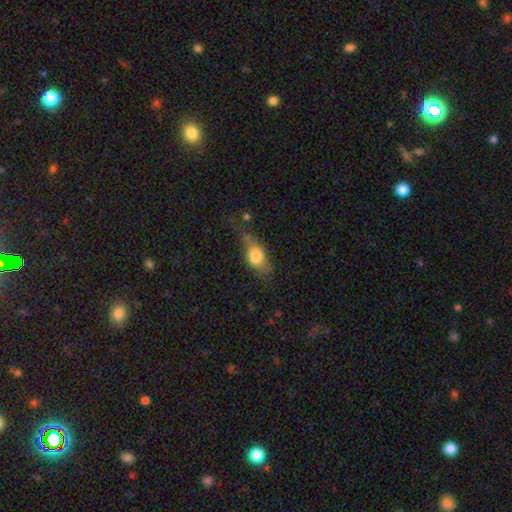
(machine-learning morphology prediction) A smooth galaxy with no disk features (71%) that is in between round and cigar-shaped (81%). Merging: none (35%).